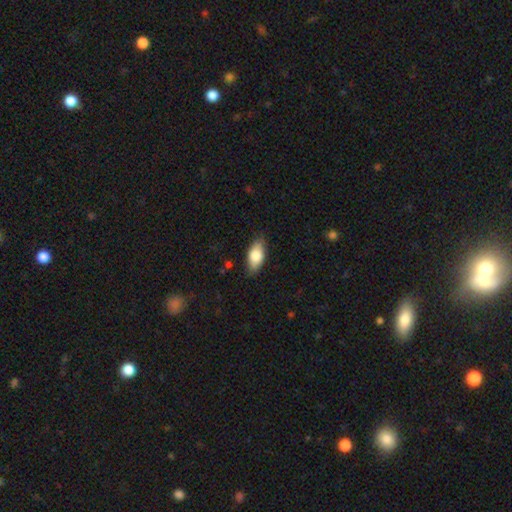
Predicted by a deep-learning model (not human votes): smooth-or-featured: smooth: 79% | featured or disk: 15% | star or artifact: 6%
  how-rounded: in between: 90% | cigar-shaped: 7% | round: 3%
  merging: none: 81% | minor disturbance: 15% | major disturbance: 3% | merger: 1%